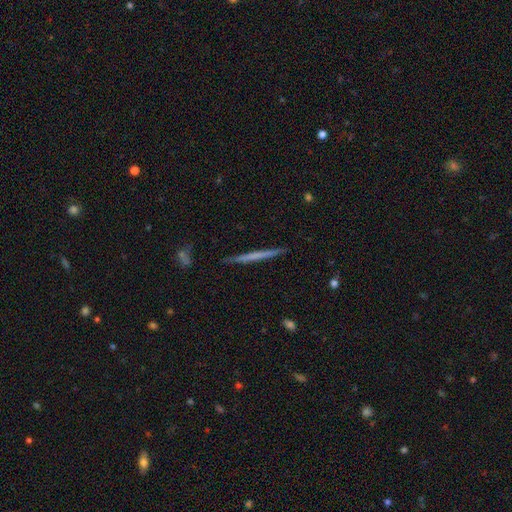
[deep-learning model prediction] Smooth or featured: smooth — 48% (featured or disk — 46%)
Merging: none — 90% (minor disturbance — 7%)